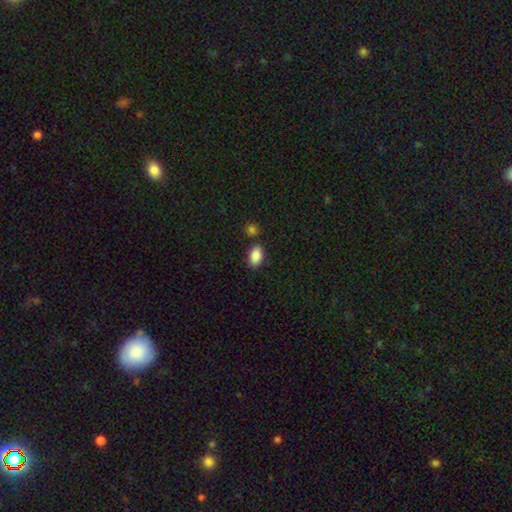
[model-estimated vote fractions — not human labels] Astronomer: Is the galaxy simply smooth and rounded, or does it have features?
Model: smooth — 89%.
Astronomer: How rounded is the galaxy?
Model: in between — 92%.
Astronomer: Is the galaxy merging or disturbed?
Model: none — 81%.